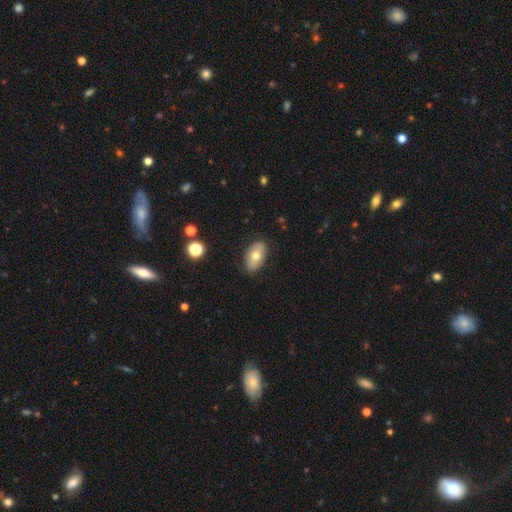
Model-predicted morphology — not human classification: A smooth galaxy with no disk features (70%) that is in between round and cigar-shaped (92%).

Vote fractions:
- Smooth or featured? smooth: 70% / featured or disk: 23% / star or artifact: 7%
- How rounded? in between: 92% / round: 6% / cigar-shaped: 2%
- Merging? none: 84% / minor disturbance: 12% / major disturbance: 3% / merger: 1%